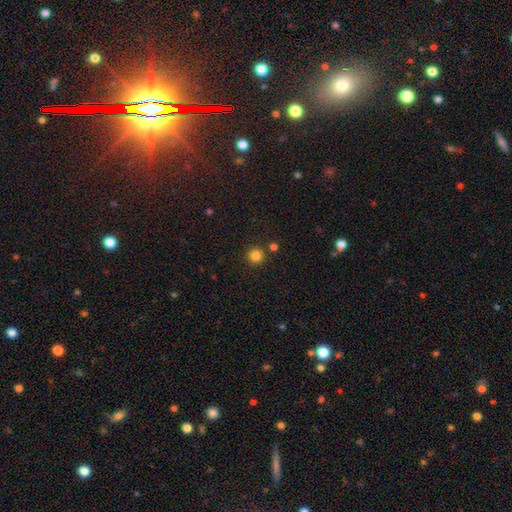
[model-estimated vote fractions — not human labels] Overall: smooth (83%). How rounded: round (95%). Merging: none (87%).